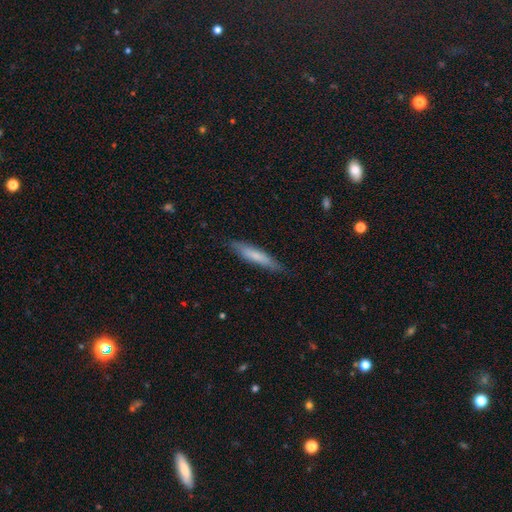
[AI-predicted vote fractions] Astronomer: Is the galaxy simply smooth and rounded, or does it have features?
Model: smooth — 65%.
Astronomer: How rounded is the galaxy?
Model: cigar-shaped — 89%.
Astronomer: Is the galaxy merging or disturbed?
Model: none — 83%.